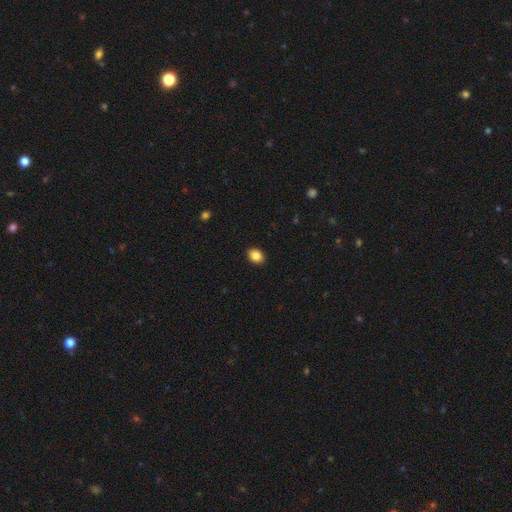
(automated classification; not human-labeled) The model was most divided on "how rounded": in between: 63%, round: 37%, cigar-shaped: 1%. More confident: merging — none (91%); smooth or featured — smooth (86%).